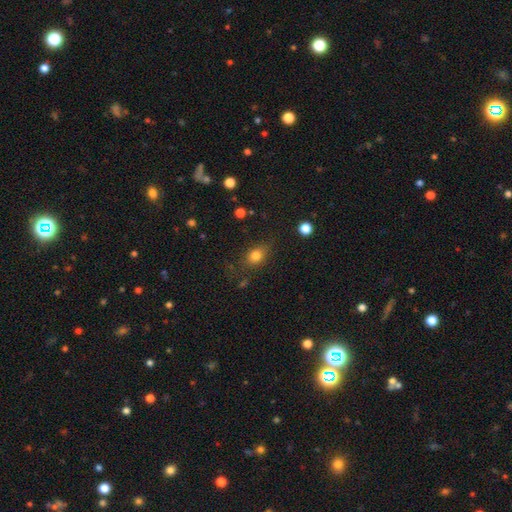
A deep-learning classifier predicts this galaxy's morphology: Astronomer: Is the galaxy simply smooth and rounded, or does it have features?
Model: smooth — 78%.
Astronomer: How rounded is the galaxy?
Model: in between — 49% (runner-up: round, 48%).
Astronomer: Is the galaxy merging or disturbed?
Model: none — 74%.